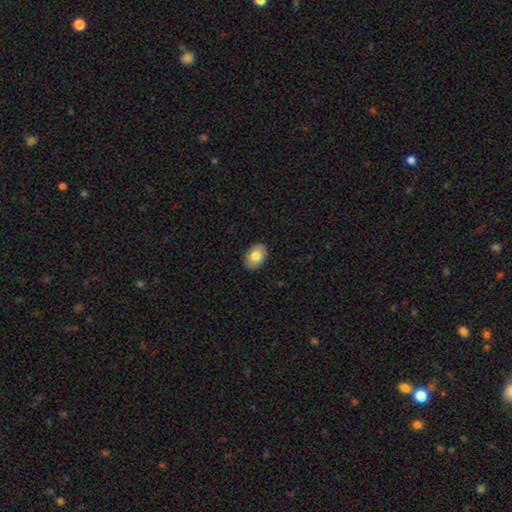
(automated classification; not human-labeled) smooth_or_featured: smooth (p=0.80) [alt: featured or disk p=0.13]
how_rounded: in between (p=0.84) [alt: round p=0.15]
merging: none (p=0.90) [alt: minor disturbance p=0.08]